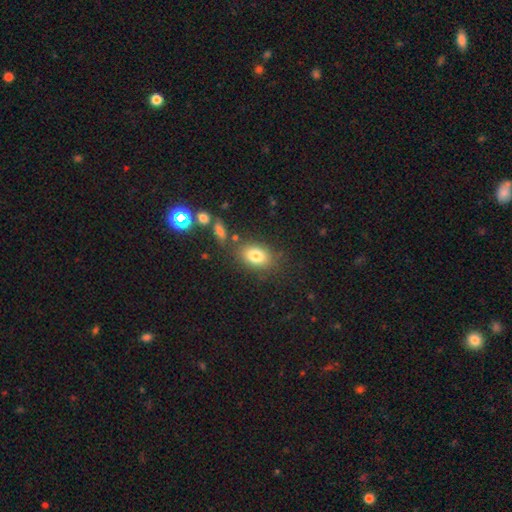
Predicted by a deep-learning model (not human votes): Smooth or featured?
  - smooth: 80% *
  - featured or disk: 10%
  - star or artifact: 10%
How rounded?
  - in between: 79% *
  - round: 19%
  - cigar-shaped: 2%
Merging?
  - none: 77% *
  - minor disturbance: 13%
  - merger: 6%
  - major disturbance: 4%